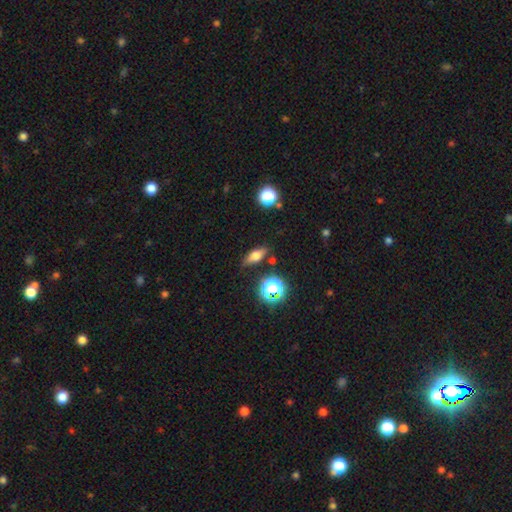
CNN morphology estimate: This appears to be a smooth galaxy with no disk features (58%) that is in between round and cigar-shaped (59%). Merging: none (79%).